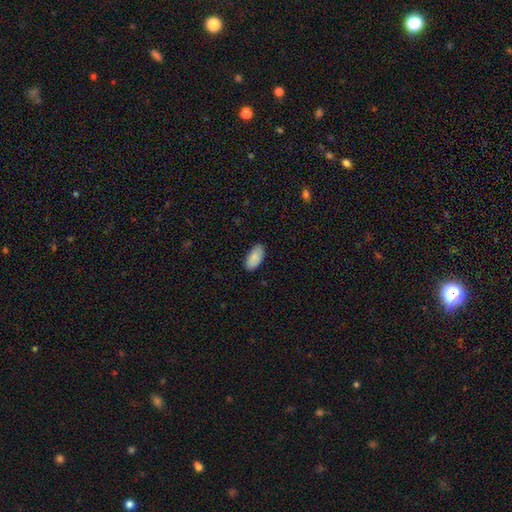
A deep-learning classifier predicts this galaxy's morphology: A smooth galaxy with no disk features (88%) that is in between round and cigar-shaped (95%).

Vote fractions:
- Smooth or featured? smooth: 88% / star or artifact: 6% / featured or disk: 6%
- How rounded? in between: 95% / cigar-shaped: 3% / round: 2%
- Merging? none: 83% / minor disturbance: 13% / major disturbance: 2% / merger: 1%